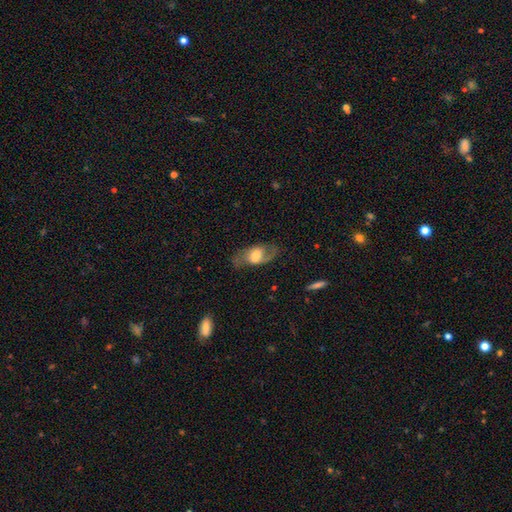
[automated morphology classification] This appears to be a featured or disk galaxy (59%) with no bar (45%), spiral arms (74%) and a moderate central bulge (42%). Merging: none (72%).